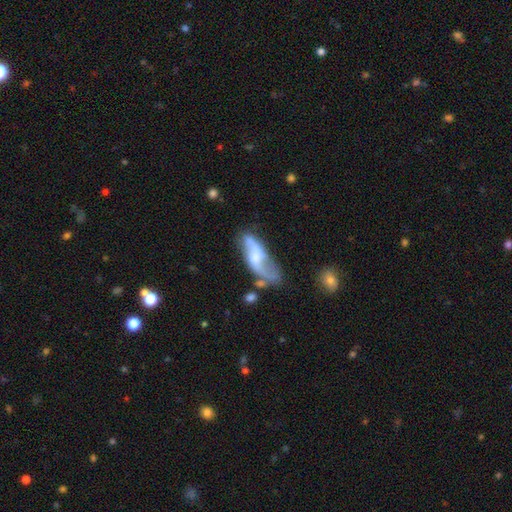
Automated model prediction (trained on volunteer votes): This is likely a featured or disk galaxy (67%). It is clearly not viewed edge-on (87%). Bar: marginally no (44%). Spiral arm pattern: clearly yes (86%). Spiral arm count: clearly 2 (82%). Spiral winding: likely loose (69%). Central bulge: marginally moderate (41%). Merging: possibly none (47%).